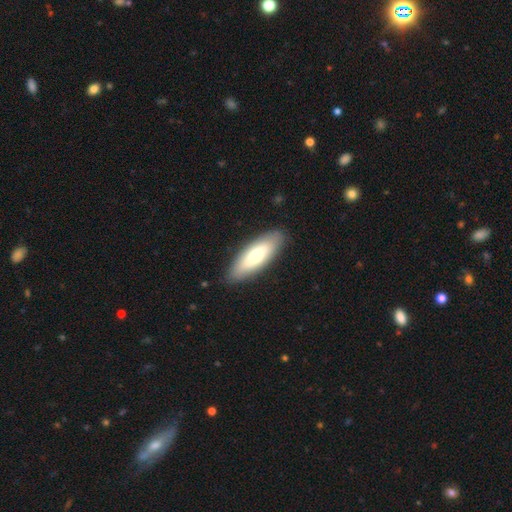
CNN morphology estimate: smooth_or_featured: smooth (p=0.67) [alt: featured or disk p=0.28]
how_rounded: in between (p=0.64) [alt: cigar-shaped p=0.34]
merging: none (p=0.88) [alt: minor disturbance p=0.09]